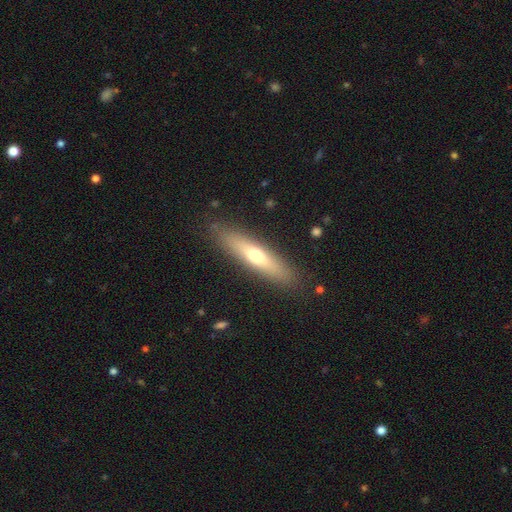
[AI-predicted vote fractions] smooth-or-featured: smooth: 53% | featured or disk: 41% | star or artifact: 6%
  how-rounded: cigar-shaped: 80% | in between: 18% | round: 2%
  merging: none: 88% | minor disturbance: 9% | major disturbance: 2% | merger: 1%